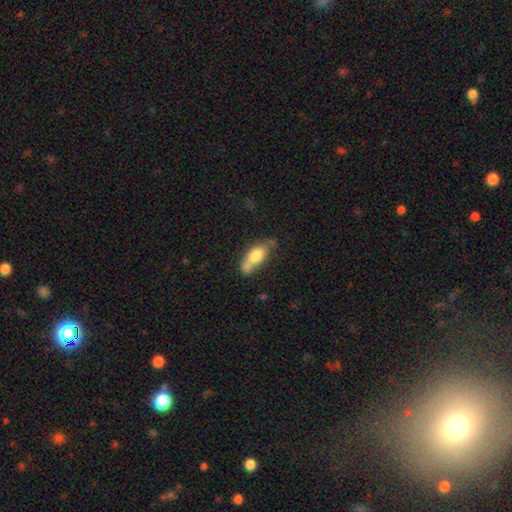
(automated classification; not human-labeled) Morphology: type=smooth (72%); roundness=in between (75%); merging=none (42%).